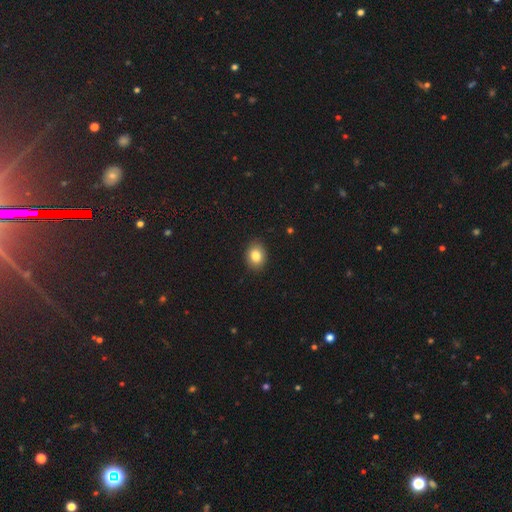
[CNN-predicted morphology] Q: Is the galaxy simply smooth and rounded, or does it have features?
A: smooth — 84%.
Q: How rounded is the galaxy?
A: in between — 53%.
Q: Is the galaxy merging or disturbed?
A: none — 89%.